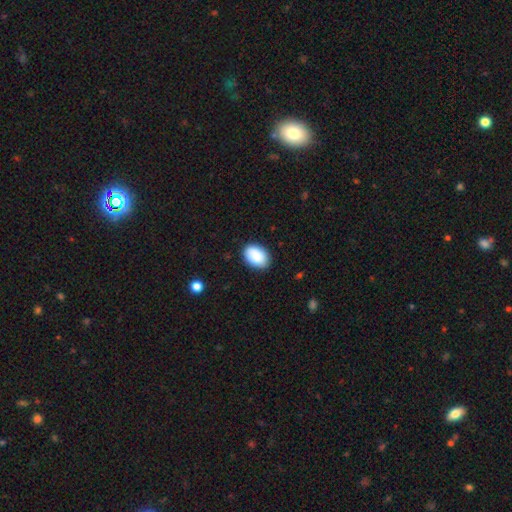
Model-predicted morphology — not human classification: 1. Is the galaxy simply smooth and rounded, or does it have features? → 90% smooth, 6% star or artifact, 4% featured or disk.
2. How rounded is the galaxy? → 86% in between, 13% round, 1% cigar-shaped.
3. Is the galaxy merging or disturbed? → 86% none, 10% minor disturbance, 2% major disturbance, 1% merger.